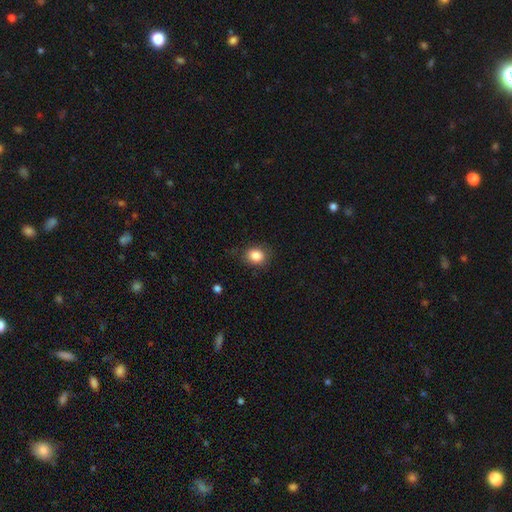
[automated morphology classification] A smooth galaxy with no disk features (85%) that is round (63%). Merging: none (82%).